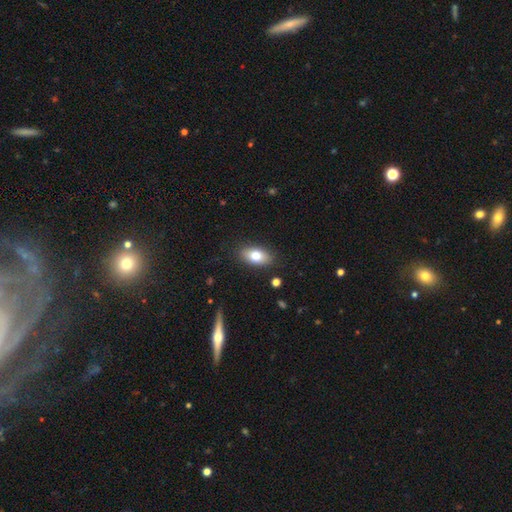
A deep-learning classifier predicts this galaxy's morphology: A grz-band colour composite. It shows a smooth galaxy with no disk features (77%) that is in between round and cigar-shaped (89%). Merging: none (86%).